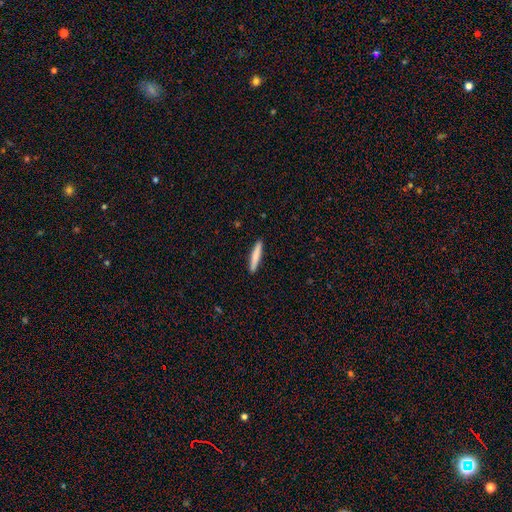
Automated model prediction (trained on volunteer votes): Morphology: type=smooth (78%); roundness=cigar-shaped (93%); merging=none (92%).